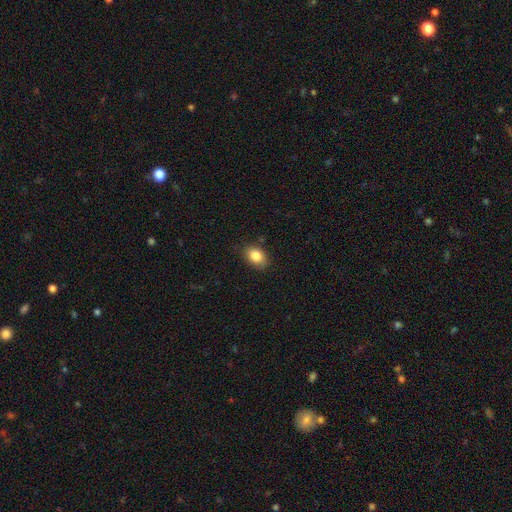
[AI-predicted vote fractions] smooth-or-featured: smooth: 84% | star or artifact: 9% | featured or disk: 7%
  how-rounded: in between: 75% | round: 24% | cigar-shaped: 1%
  merging: none: 80% | minor disturbance: 15% | major disturbance: 3% | merger: 1%